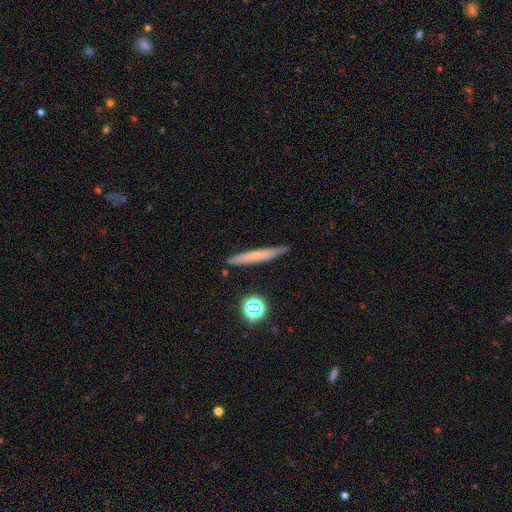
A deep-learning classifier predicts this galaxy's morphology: type=smooth (54%); roundness=cigar-shaped (94%); merging=none (86%).